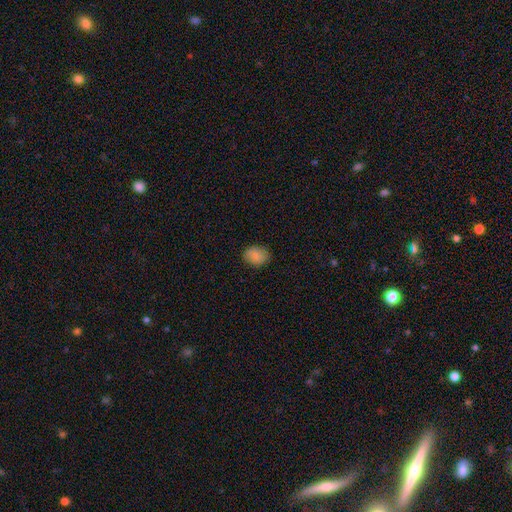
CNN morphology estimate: smooth 86%, star or artifact 8%, featured or disk 6%. Down the decision tree: how rounded — in between (55%); merging — none (82%).